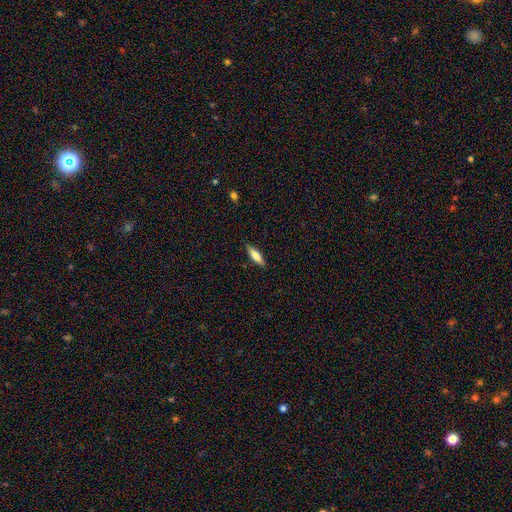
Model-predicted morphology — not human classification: Overall: smooth (68%). How rounded: cigar-shaped (61%; in between 37%). Merging: none (87%).